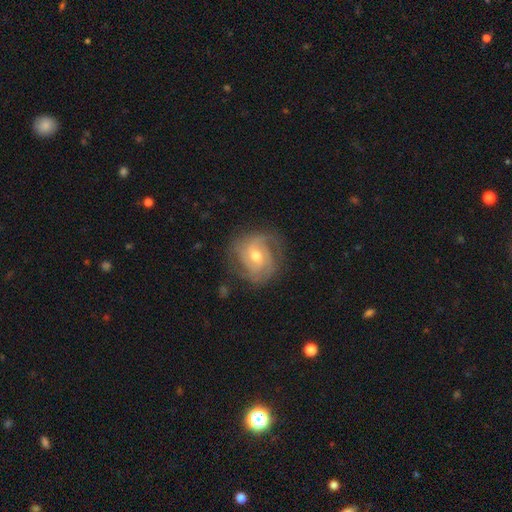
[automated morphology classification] Q: Smooth or featured?
A: featured or disk (82%); runner-up: smooth (12%)
Q: Edge-on disk?
A: no (97%); runner-up: yes (3%)
Q: Bar?
A: no (47%); runner-up: weak (43%)
Q: Spiral arms?
A: yes (94%); runner-up: no (6%)
Q: Spiral winding?
A: tight (54%); runner-up: medium (36%)
Q: Spiral arm count?
A: 3 (32%); runner-up: can't tell (25%)
Q: Bulge size?
A: moderate (68%); runner-up: small (26%)
Q: Merging?
A: none (72%); runner-up: minor disturbance (18%)